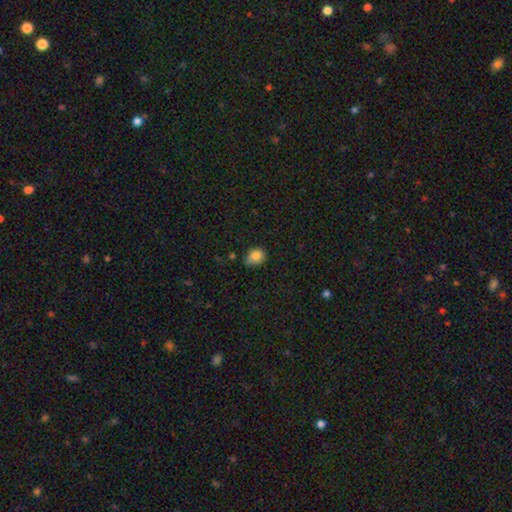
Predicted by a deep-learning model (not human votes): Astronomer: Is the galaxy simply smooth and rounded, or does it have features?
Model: smooth — 84%.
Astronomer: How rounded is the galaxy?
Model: in between — 58% (runner-up: round, 41%).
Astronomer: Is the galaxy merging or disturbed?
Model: none — 65%.